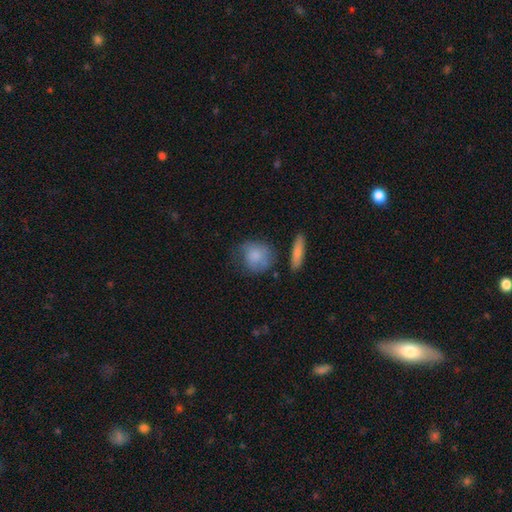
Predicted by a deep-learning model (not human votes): smooth_or_featured: smooth (p=0.78) [alt: featured or disk p=0.15]
how_rounded: round (p=0.75) [alt: in between p=0.23]
merging: none (p=0.56) [alt: minor disturbance p=0.27]